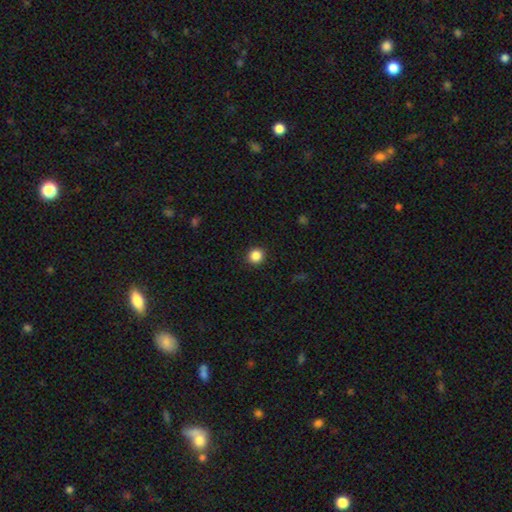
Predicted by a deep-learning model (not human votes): Smooth or featured? smooth (86%)
How rounded? round (92%)
Merging? none (93%)